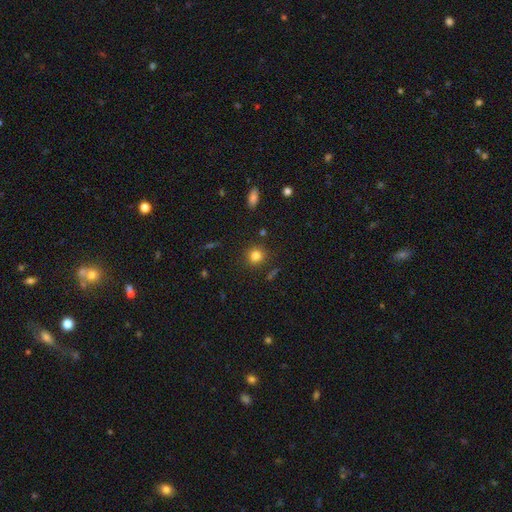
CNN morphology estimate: This appears to be a smooth galaxy with no disk features (81%) that is round (89%). Merging: none (86%).